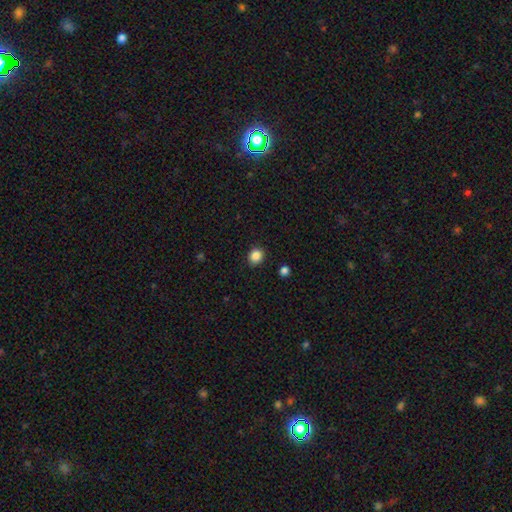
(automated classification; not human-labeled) smooth 86%, star or artifact 11%, featured or disk 3%. Down the decision tree: how rounded — round (78%); merging — none (89%).